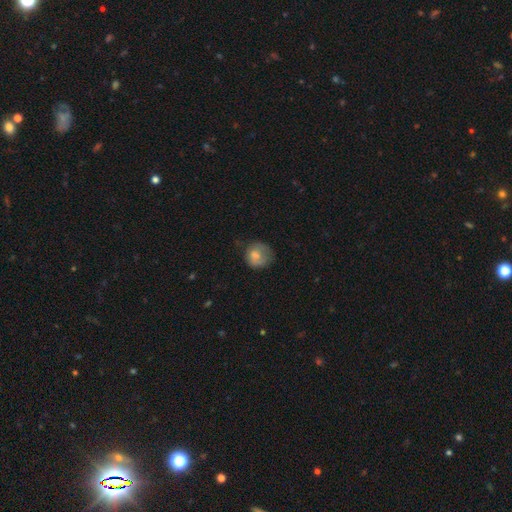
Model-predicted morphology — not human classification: A smooth galaxy with no disk features (70%) that is round (76%).

Vote fractions:
- Smooth or featured? smooth: 70% / featured or disk: 21% / star or artifact: 8%
- How rounded? round: 76% / in between: 23% / cigar-shaped: 1%
- Merging? none: 49% / minor disturbance: 29% / major disturbance: 20% / merger: 2%